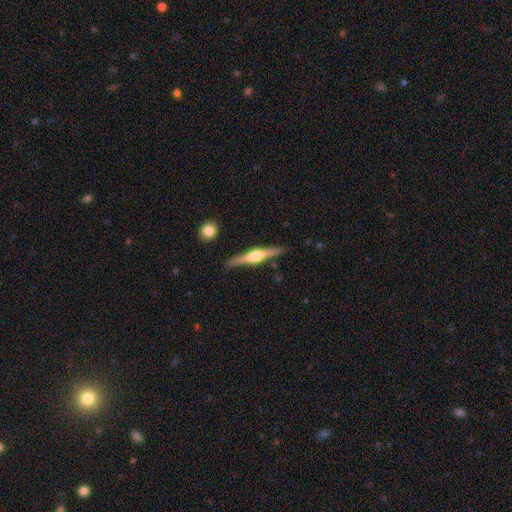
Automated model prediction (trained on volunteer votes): This appears to be a featured or disk galaxy (78%) viewed edge-on (98%) with a rounded central bulge (90%). Merging: none (89%).